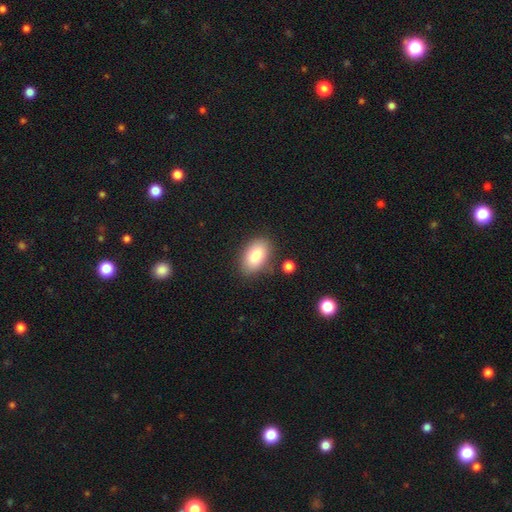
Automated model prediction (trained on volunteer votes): Overall: smooth (83%). How rounded: in between (92%). Merging: none (79%).